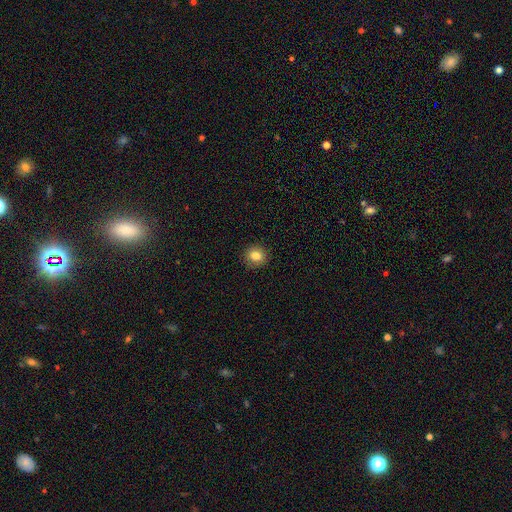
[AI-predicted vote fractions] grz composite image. It shows a smooth galaxy with no disk features (83%) that is round (85%). Merging: none (90%).